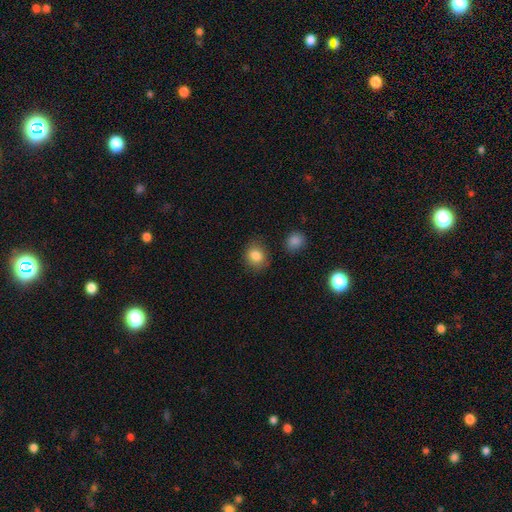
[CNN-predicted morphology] The model was most divided on "how rounded": round: 65%, in between: 34%, cigar-shaped: 1%. More confident: smooth or featured — smooth (84%); merging — none (82%).